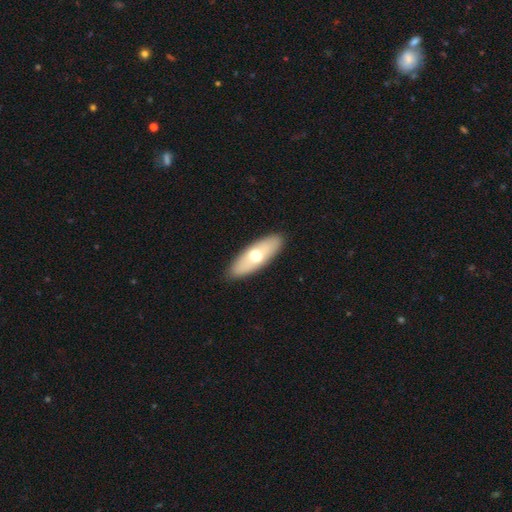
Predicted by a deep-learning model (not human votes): A smooth galaxy with no disk features (58%) that is in between round and cigar-shaped (68%). Merging: none (89%).